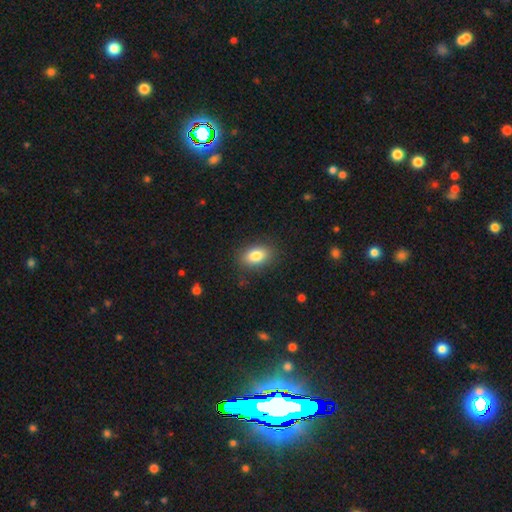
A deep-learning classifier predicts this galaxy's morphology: The model was most divided on "how rounded": in between: 84%, round: 14%, cigar-shaped: 2%. More confident: merging — none (86%); smooth or featured — smooth (83%).